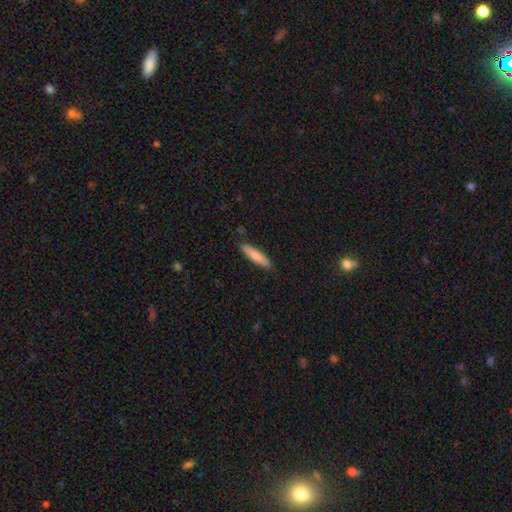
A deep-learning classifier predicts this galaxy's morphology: smooth_or_featured: smooth (p=0.77) [alt: featured or disk p=0.17]
how_rounded: cigar-shaped (p=0.85) [alt: in between p=0.14]
merging: none (p=0.87) [alt: minor disturbance p=0.10]